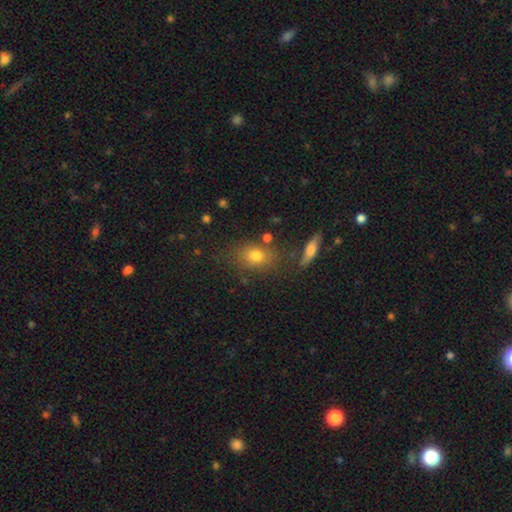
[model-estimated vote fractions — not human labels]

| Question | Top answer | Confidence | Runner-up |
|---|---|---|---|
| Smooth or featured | smooth | 75% | featured or disk (13%) |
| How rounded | in between | 61% | round (36%) |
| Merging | none | 73% | minor disturbance (14%) |